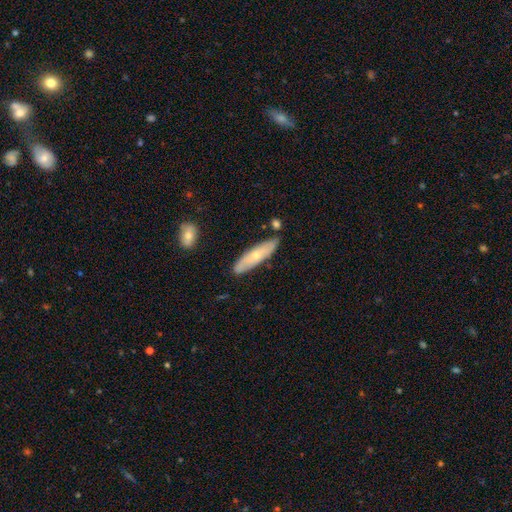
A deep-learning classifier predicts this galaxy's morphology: smooth-or-featured: smooth: 51% | featured or disk: 43% | star or artifact: 6%
  how-rounded: cigar-shaped: 70% | in between: 28% | round: 2%
  merging: none: 78% | minor disturbance: 15% | merger: 4% | major disturbance: 3%